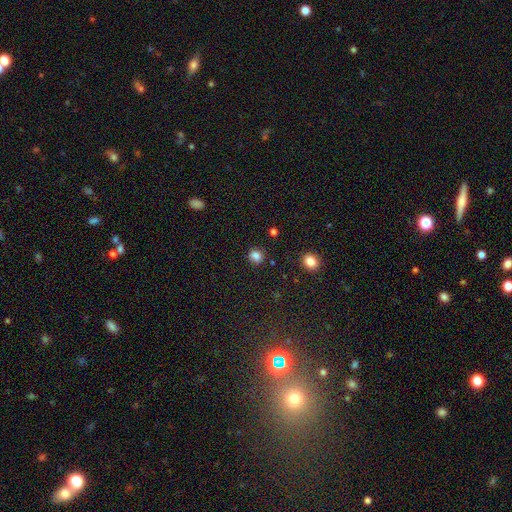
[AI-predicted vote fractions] smooth 83%, star or artifact 12%, featured or disk 4%. Down the decision tree: how rounded — round (71%); merging — none (83%).